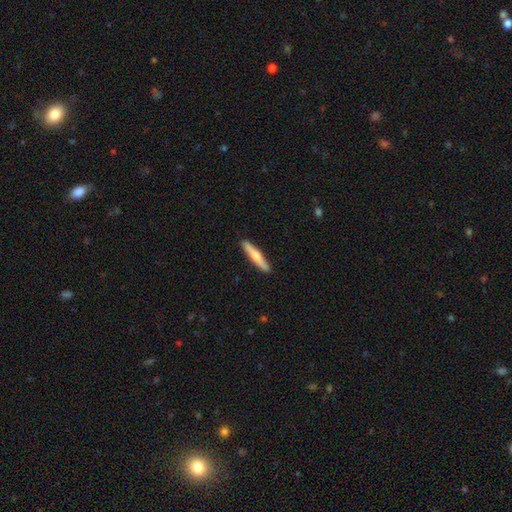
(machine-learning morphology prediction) Smooth or featured?
  - smooth: 52% *
  - featured or disk: 43%
  - star or artifact: 5%
How rounded?
  - cigar-shaped: 91% *
  - in between: 8%
  - round: 2%
Merging?
  - none: 91% *
  - minor disturbance: 7%
  - major disturbance: 1%
  - merger: 1%